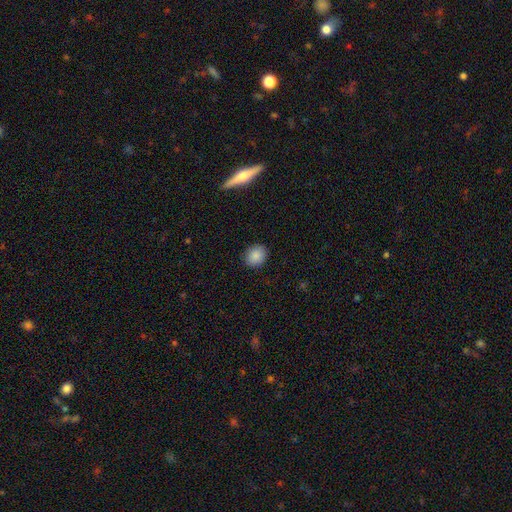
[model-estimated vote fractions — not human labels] This is clearly a smooth galaxy (87%). How rounded: likely round (61%). Merging: clearly none (89%).